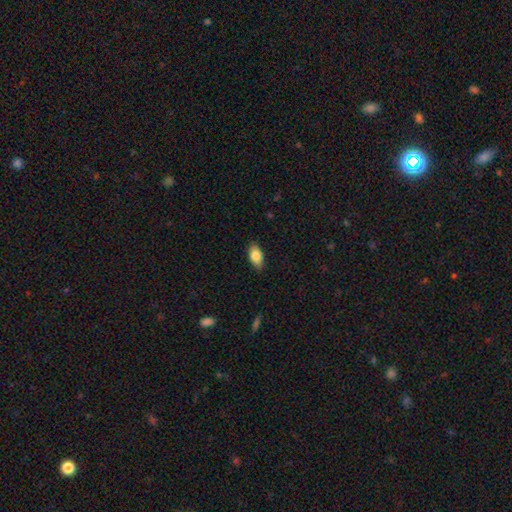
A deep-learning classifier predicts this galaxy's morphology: type=smooth (82%); roundness=in between (91%); merging=none (86%).